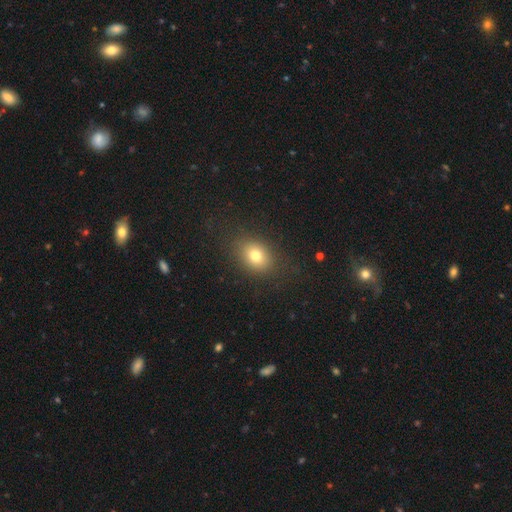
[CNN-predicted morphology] Overall: smooth (77%). How rounded: in between (58%; round 41%). Merging: none (82%).